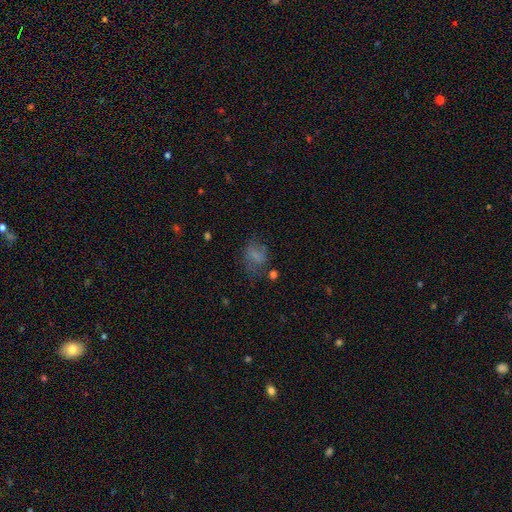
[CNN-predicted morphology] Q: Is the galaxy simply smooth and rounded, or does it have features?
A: smooth — 58%.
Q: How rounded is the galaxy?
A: in between — 68%.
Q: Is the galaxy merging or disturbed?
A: none — 43%.